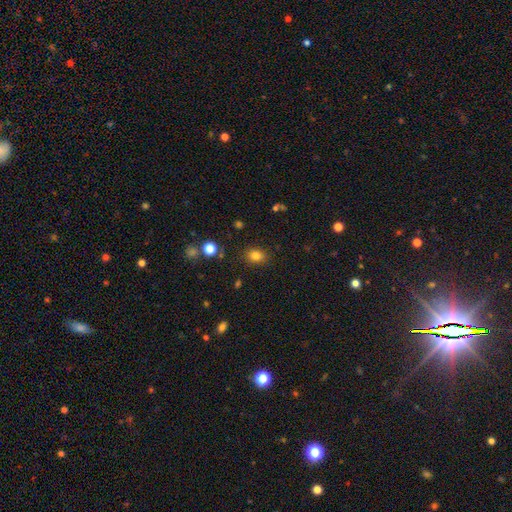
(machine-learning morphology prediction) smooth_or_featured: smooth (p=0.82) [alt: star or artifact p=0.13]
how_rounded: in between (p=0.52) [alt: round p=0.47]
merging: none (p=0.85) [alt: minor disturbance p=0.10]